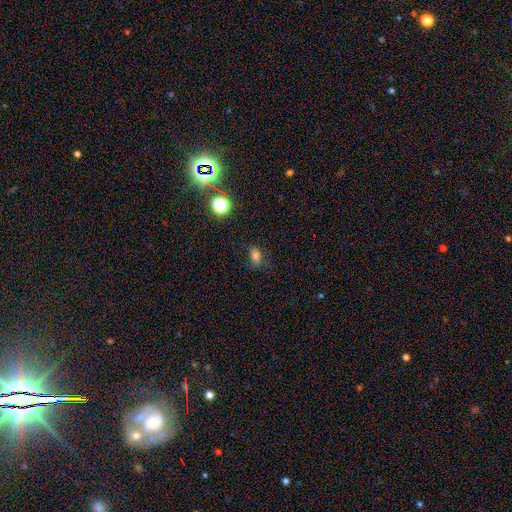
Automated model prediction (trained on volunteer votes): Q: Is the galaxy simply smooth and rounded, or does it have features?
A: smooth — 72%.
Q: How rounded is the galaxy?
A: in between — 80%.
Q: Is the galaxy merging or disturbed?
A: none — 62%.